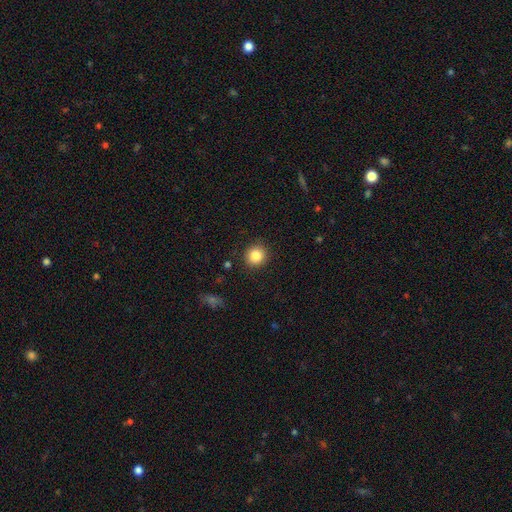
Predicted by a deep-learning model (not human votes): Smooth or featured? Predicted: smooth (p=0.85). How rounded? Predicted: round (p=0.91). Merging? Predicted: none (p=0.90).